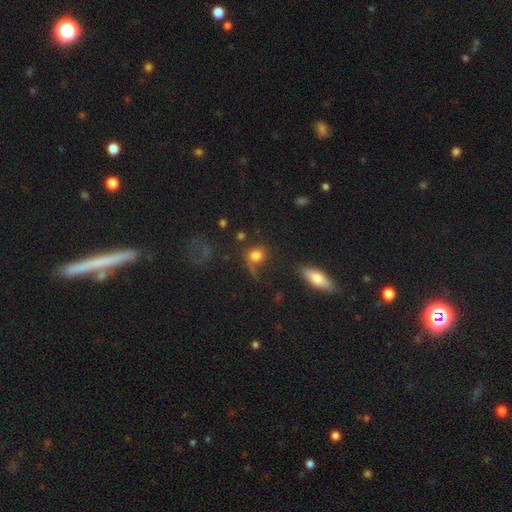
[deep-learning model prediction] A smooth galaxy with no disk features (78%) that is round (78%). Merging: none (52%).